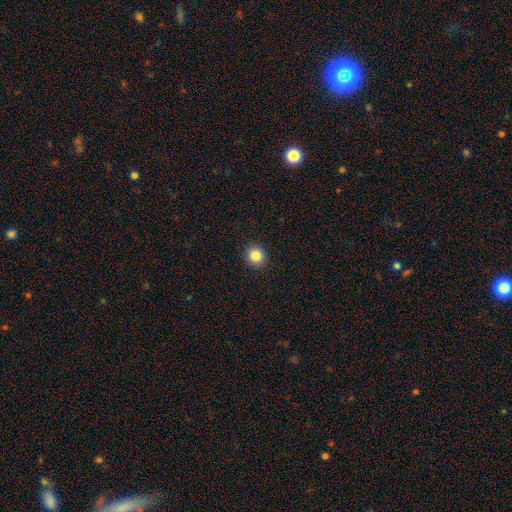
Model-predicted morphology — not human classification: smooth-or-featured: smooth: 85% | star or artifact: 10% | featured or disk: 5%
  how-rounded: round: 86% | in between: 14% | cigar-shaped: 1%
  merging: none: 91% | minor disturbance: 6% | major disturbance: 2% | merger: 1%